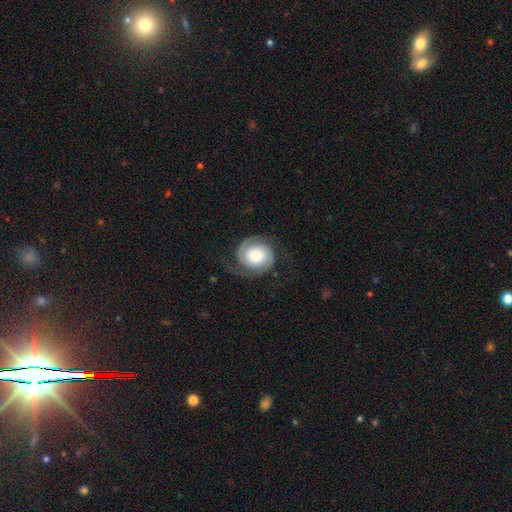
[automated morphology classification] Smooth or featured?
  - featured or disk: 81% *
  - smooth: 13%
  - star or artifact: 6%
Edge-on disk?
  - no: 98% *
  - yes: 2%
Bar?
  - no: 74% *
  - weak: 20%
  - strong: 6%
Spiral arms?
  - yes: 97% *
  - no: 3%
Spiral winding?
  - tight: 51% *
  - medium: 35%
  - loose: 14%
Spiral arm count?
  - 2: 89% *
  - 1: 4%
  - can't tell: 3%
  - 3: 2%
  - 4: 1%
  - more than 4: 1%
Bulge size?
  - large: 33% *
  - moderate: 27%
  - small: 18%
  - dominant: 16%
  - none: 6%
Merging?
  - none: 70% *
  - minor disturbance: 17%
  - major disturbance: 12%
  - merger: 1%